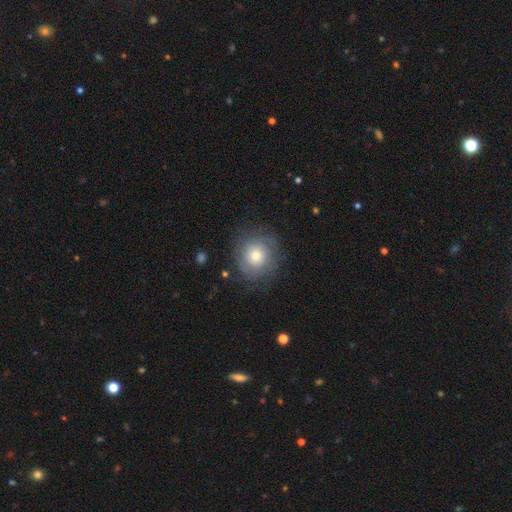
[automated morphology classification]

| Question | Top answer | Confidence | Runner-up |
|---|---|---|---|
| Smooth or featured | smooth | 54% | featured or disk (36%) |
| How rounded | round | 86% | in between (13%) |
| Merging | none | 77% | minor disturbance (15%) |